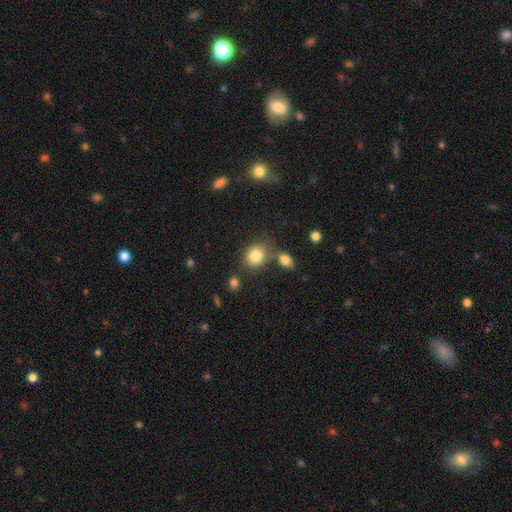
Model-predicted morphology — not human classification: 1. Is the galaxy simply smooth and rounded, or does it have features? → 83% smooth, 10% star or artifact, 7% featured or disk.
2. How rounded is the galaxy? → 64% round, 35% in between, 1% cigar-shaped.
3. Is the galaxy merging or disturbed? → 66% none, 17% merger, 13% minor disturbance, 4% major disturbance.